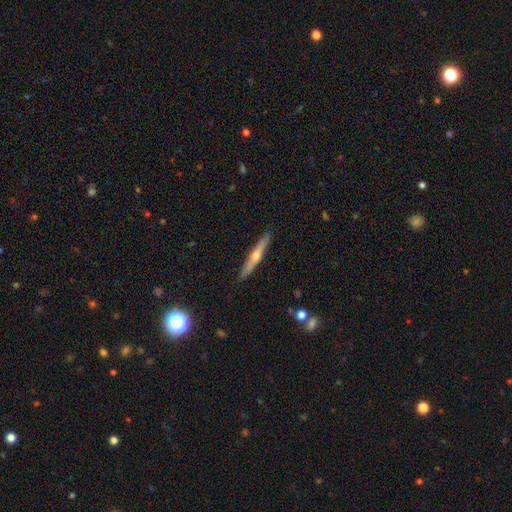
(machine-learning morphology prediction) The model was most divided on "smooth or featured": featured or disk: 60%, smooth: 34%, star or artifact: 6%. More confident: edge-on disk — yes (96%); merging — none (90%); edge-on bulge — rounded (83%).